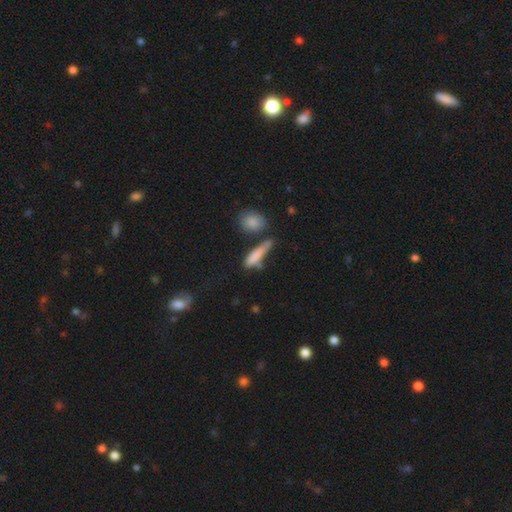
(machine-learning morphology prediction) This appears to be a smooth galaxy with no disk features (77%) that is cigar-shaped (73%). Merging: none (52%).